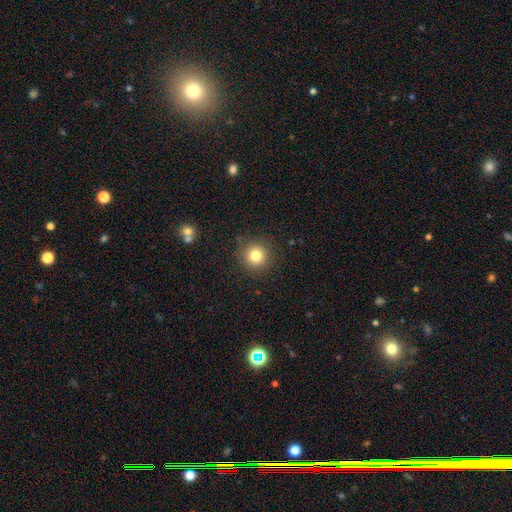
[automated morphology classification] A smooth galaxy with no disk features (80%) that is round (94%). Merging: none (88%).